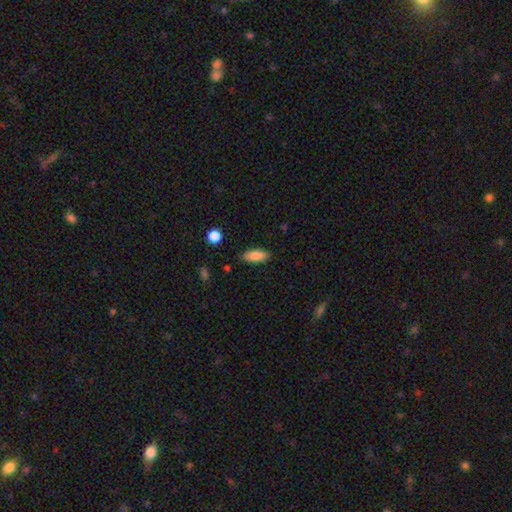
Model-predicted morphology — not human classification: Smooth or featured: smooth — 85% (featured or disk — 8%)
How rounded: in between — 77% (cigar-shaped — 20%)
Merging: none — 84% (minor disturbance — 11%)